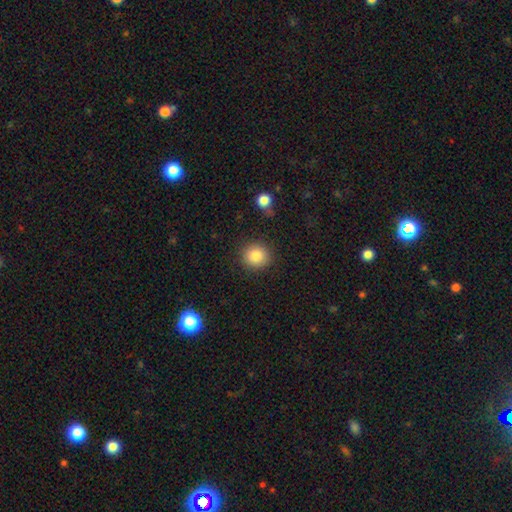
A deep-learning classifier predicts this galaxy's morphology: This appears to be a smooth galaxy with no disk features (85%) that is round (90%). Merging: none (87%).